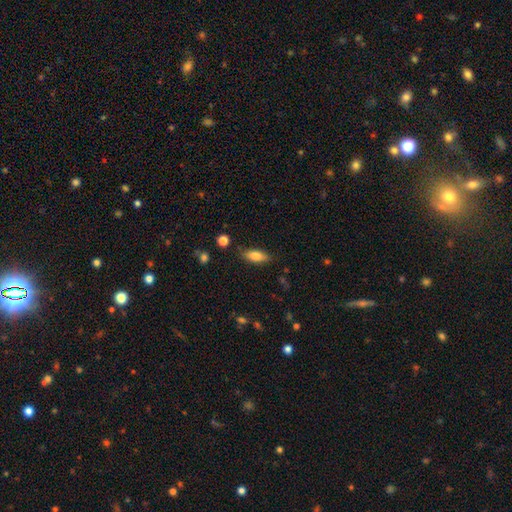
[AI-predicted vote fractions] Smooth or featured?
  - smooth: 81% *
  - featured or disk: 12%
  - star or artifact: 7%
How rounded?
  - in between: 78% *
  - cigar-shaped: 20%
  - round: 2%
Merging?
  - none: 82% *
  - minor disturbance: 13%
  - major disturbance: 3%
  - merger: 2%